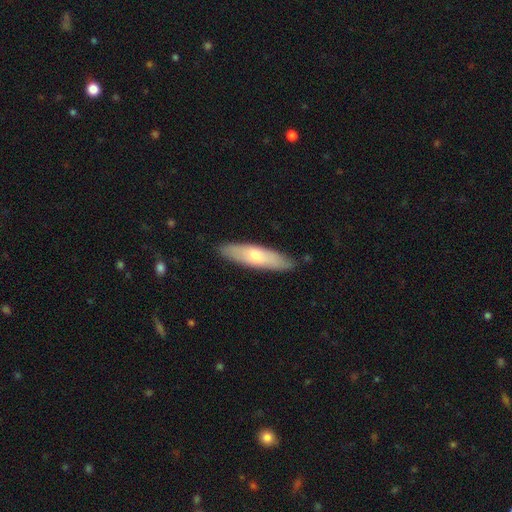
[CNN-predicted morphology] The model was most divided on "smooth or featured": smooth: 61%, featured or disk: 33%, star or artifact: 5%. More confident: merging — none (86%); how rounded — cigar-shaped (68%).